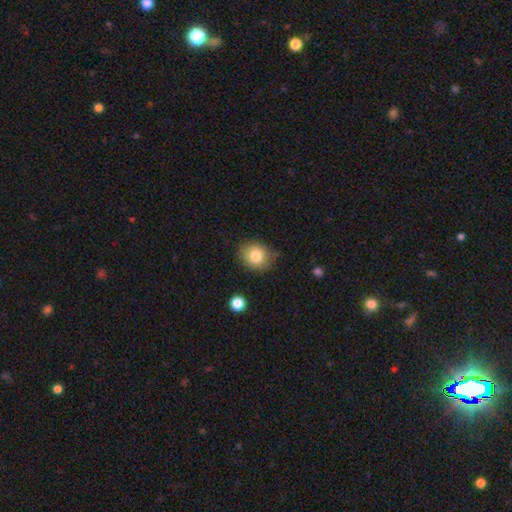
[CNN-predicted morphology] smooth 82%, star or artifact 10%, featured or disk 9%. Down the decision tree: how rounded — round (66%); merging — none (80%).